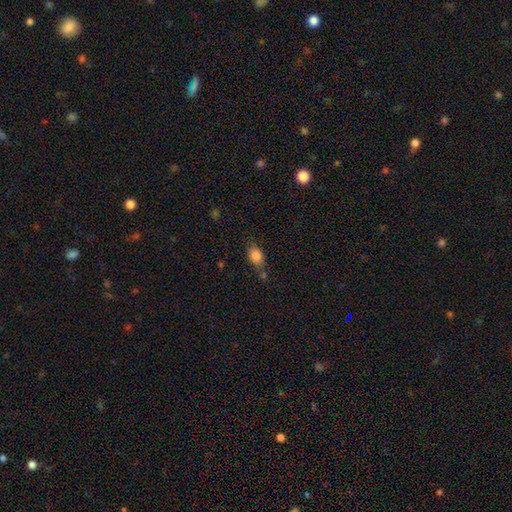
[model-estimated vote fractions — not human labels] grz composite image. It shows a smooth galaxy with no disk features (85%) that is in between round and cigar-shaped (78%). Merging: none (64%).